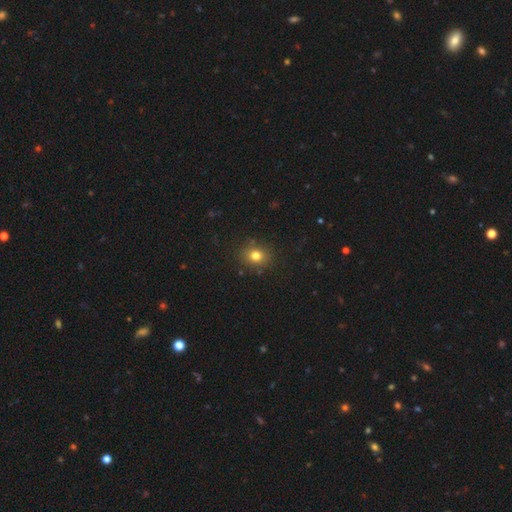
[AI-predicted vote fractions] This is likely a smooth galaxy (78%). How rounded: likely round (72%). Merging: clearly none (87%).